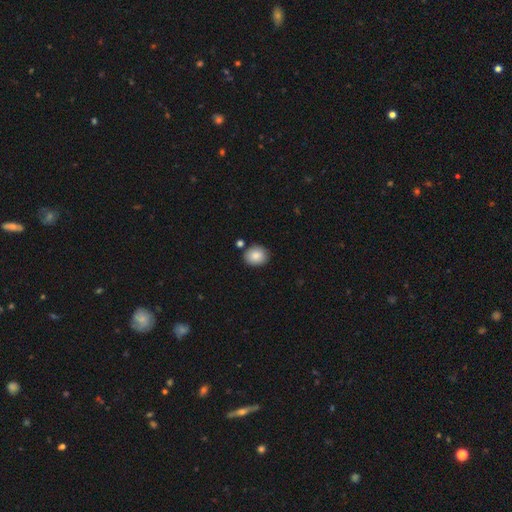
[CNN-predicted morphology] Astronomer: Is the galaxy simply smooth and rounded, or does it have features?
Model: smooth — 87%.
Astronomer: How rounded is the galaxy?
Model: round — 60% (runner-up: in between, 39%).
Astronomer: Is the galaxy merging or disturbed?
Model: none — 80%.